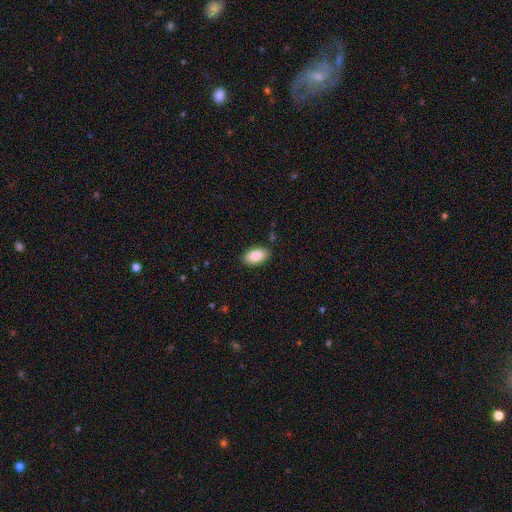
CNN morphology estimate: type=smooth (88%); roundness=in between (94%); merging=none (88%).